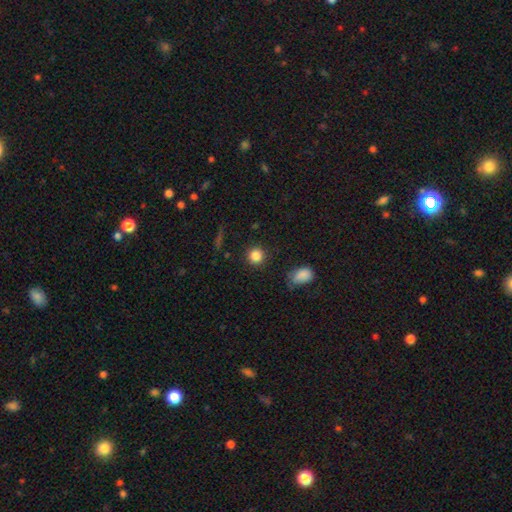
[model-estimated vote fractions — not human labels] smooth 85%, star or artifact 10%, featured or disk 5%. Down the decision tree: how rounded — round (91%); merging — none (89%).